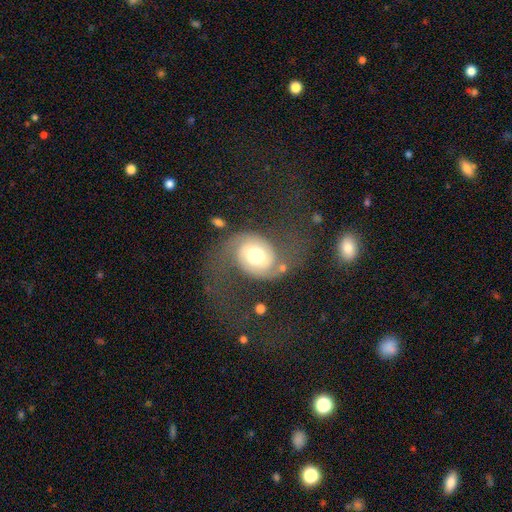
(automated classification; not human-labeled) Smooth or featured? Predicted: featured or disk (p=0.74). Edge-on disk? Predicted: no (p=0.97). Bar? Predicted: no (p=0.61). Spiral arms? Predicted: yes (p=0.91). Spiral winding? Predicted: loose (p=0.43). Spiral arm count? Predicted: 2 (p=0.92). Bulge size? Predicted: moderate (p=0.55). Merging? Predicted: none (p=0.55).